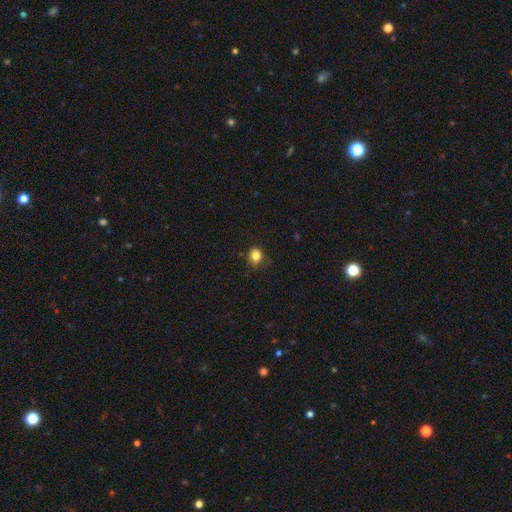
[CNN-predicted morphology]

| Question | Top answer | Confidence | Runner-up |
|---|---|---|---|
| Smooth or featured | smooth | 82% | star or artifact (12%) |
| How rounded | round | 75% | in between (24%) |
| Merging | none | 72% | minor disturbance (22%) |